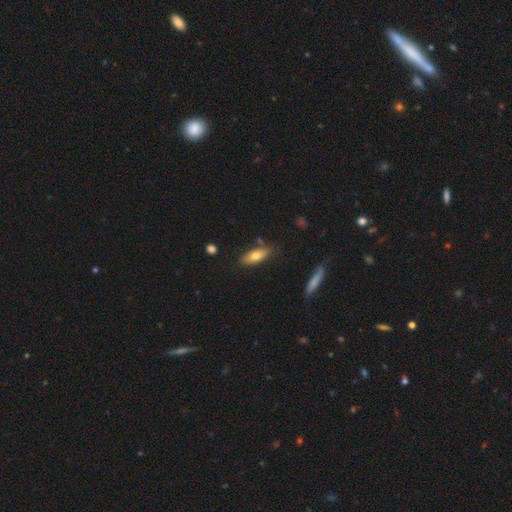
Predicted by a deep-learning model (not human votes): Smooth or featured? Predicted: smooth (p=0.73). How rounded? Predicted: in between (p=0.67). Merging? Predicted: none (p=0.80).